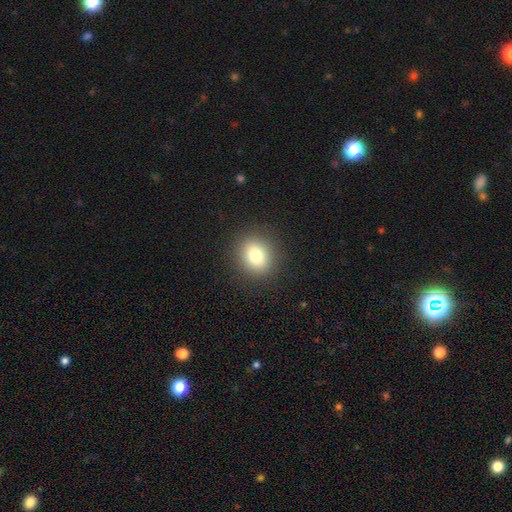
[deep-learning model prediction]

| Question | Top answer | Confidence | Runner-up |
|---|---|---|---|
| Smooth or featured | smooth | 81% | star or artifact (11%) |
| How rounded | round | 71% | in between (27%) |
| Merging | none | 89% | minor disturbance (7%) |